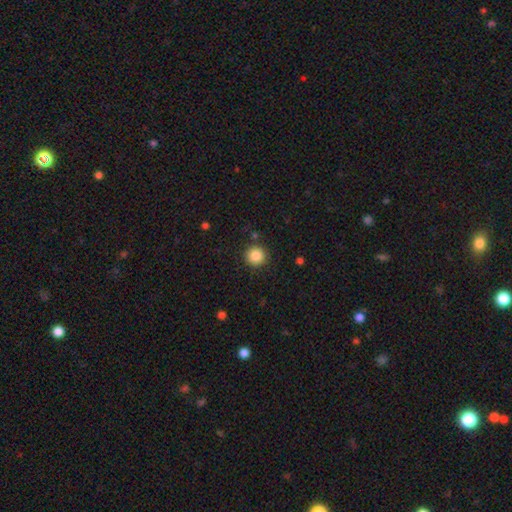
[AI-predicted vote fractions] The model was most divided on "smooth or featured": smooth: 86%, star or artifact: 10%, featured or disk: 4%. More confident: how rounded — round (95%); merging — none (90%).